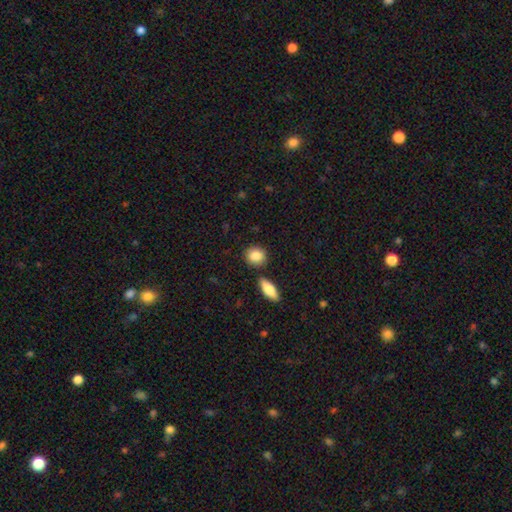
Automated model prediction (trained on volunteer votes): Smooth or featured?
  - smooth: 87% *
  - star or artifact: 7%
  - featured or disk: 7%
How rounded?
  - round: 69% *
  - in between: 29%
  - cigar-shaped: 3%
Merging?
  - none: 80% *
  - minor disturbance: 10%
  - merger: 8%
  - major disturbance: 2%